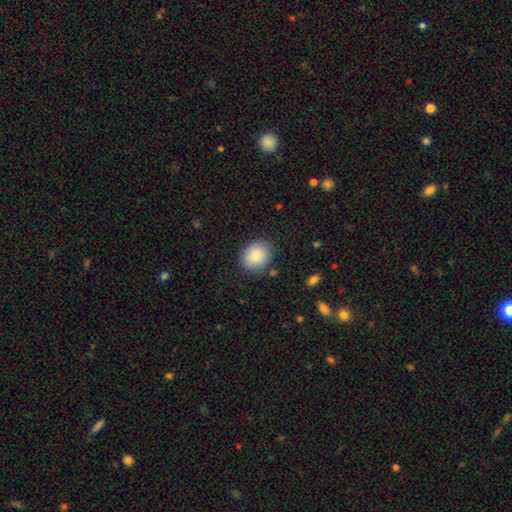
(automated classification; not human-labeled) Overall: smooth (85%). How rounded: round (63%; in between 36%). Merging: none (83%).